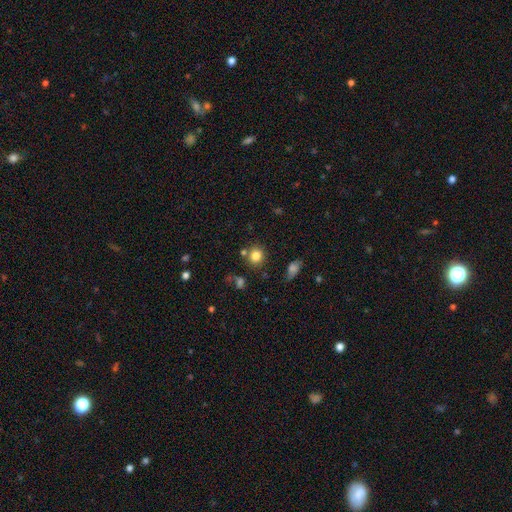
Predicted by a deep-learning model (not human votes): A smooth galaxy with no disk features (82%) that is round (83%). Merging: none (77%).